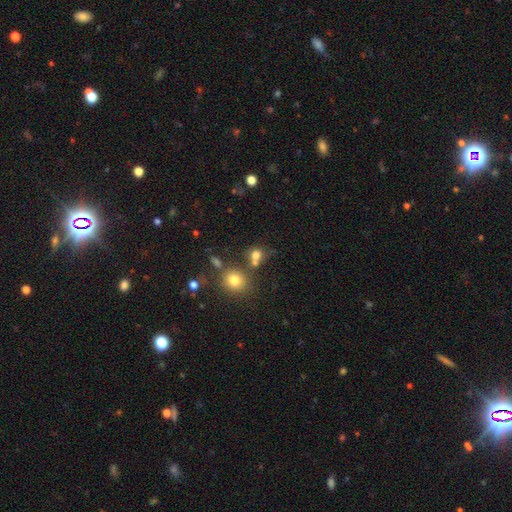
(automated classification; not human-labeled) smooth 74%, star or artifact 17%, featured or disk 10%. Down the decision tree: how rounded — round (78%); merging — none (52%).